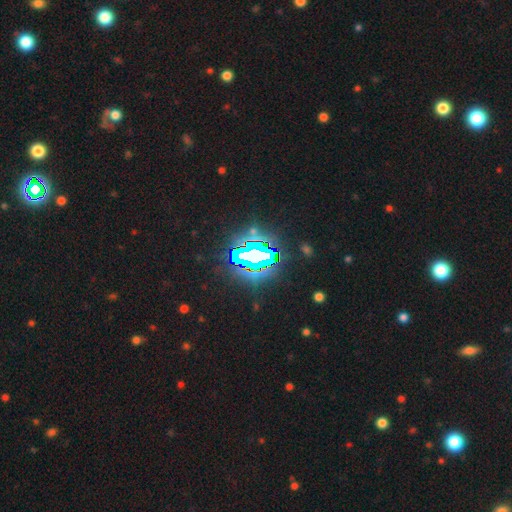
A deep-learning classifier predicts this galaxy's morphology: Smooth or featured?
  - star or artifact: 80% *
  - featured or disk: 10%
  - smooth: 10%